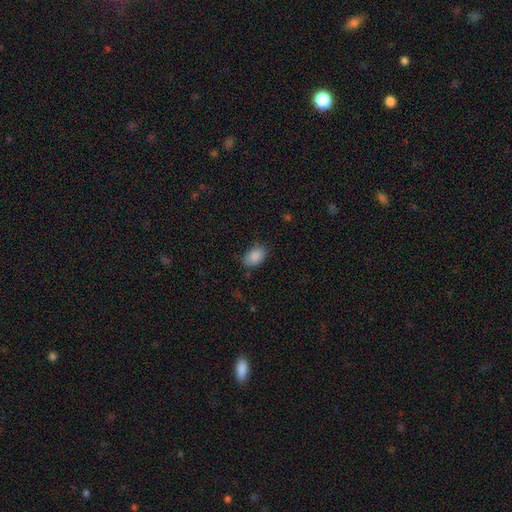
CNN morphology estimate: Overall: smooth (88%). How rounded: in between (88%). Merging: none (73%).